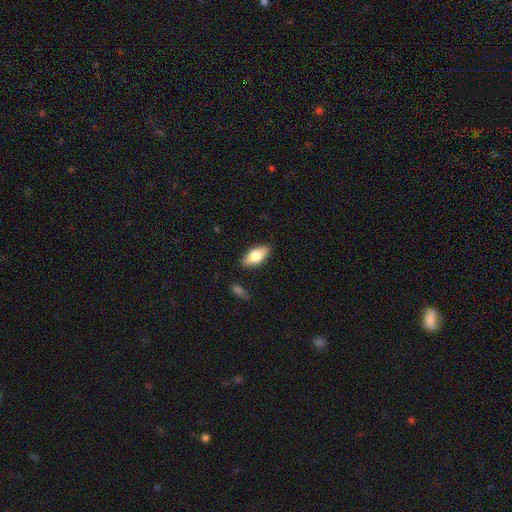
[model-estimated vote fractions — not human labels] Overall: smooth (71%). How rounded: in between (88%). Merging: none (85%).